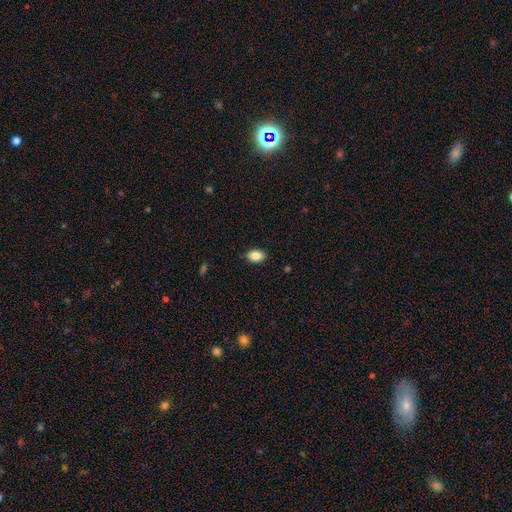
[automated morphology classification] The model was most divided on "how rounded": in between: 86%, round: 13%, cigar-shaped: 1%. More confident: merging — none (88%); smooth or featured — smooth (87%).